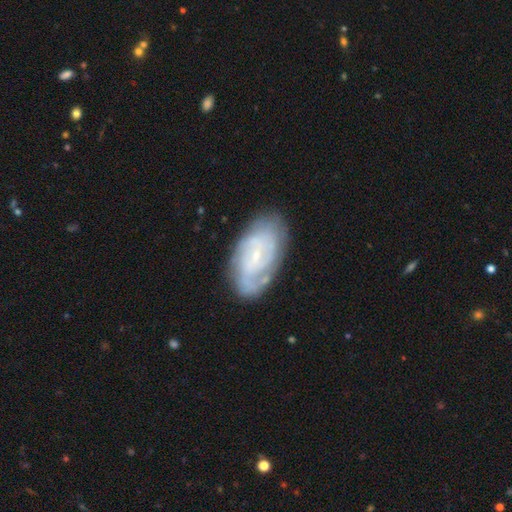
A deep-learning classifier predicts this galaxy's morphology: Smooth or featured? Predicted: featured or disk (p=0.75). Edge-on disk? Predicted: no (p=0.95). Bar? Predicted: no (p=0.52). Spiral arms? Predicted: yes (p=0.88). Spiral winding? Predicted: tight (p=0.58). Spiral arm count? Predicted: can't tell (p=0.41). Bulge size? Predicted: small (p=0.78). Merging? Predicted: none (p=0.74).